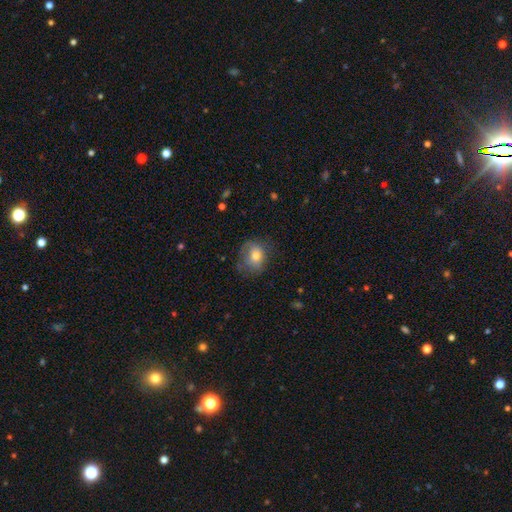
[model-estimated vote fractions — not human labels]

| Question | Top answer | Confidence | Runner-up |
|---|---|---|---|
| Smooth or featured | smooth | 71% | featured or disk (20%) |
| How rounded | round | 54% | in between (45%) |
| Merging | none | 53% | minor disturbance (29%) |